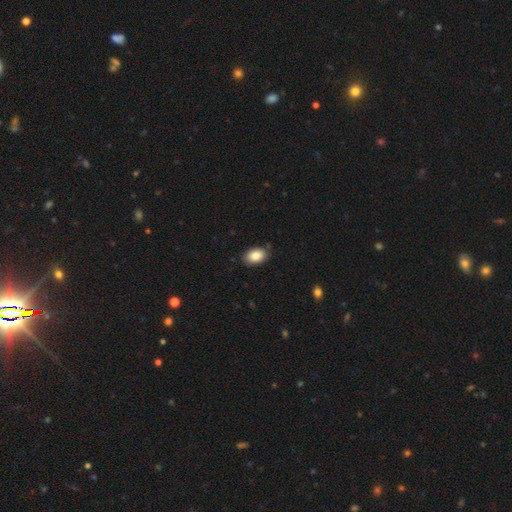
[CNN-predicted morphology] type=smooth (85%); roundness=in between (87%); merging=none (85%).